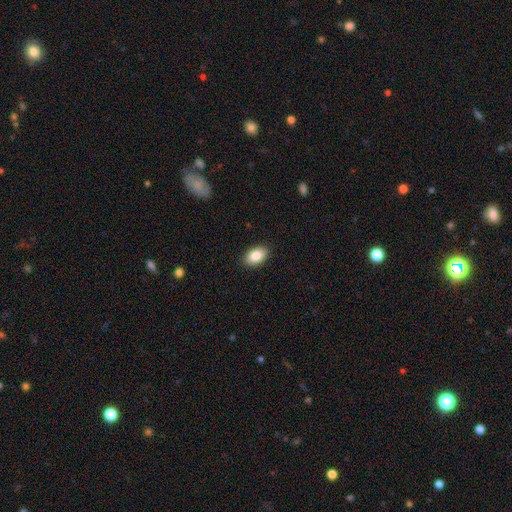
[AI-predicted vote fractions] smooth-or-featured: smooth: 88% | star or artifact: 7% | featured or disk: 6%
  how-rounded: in between: 92% | round: 7% | cigar-shaped: 1%
  merging: none: 89% | minor disturbance: 8% | major disturbance: 2% | merger: 1%